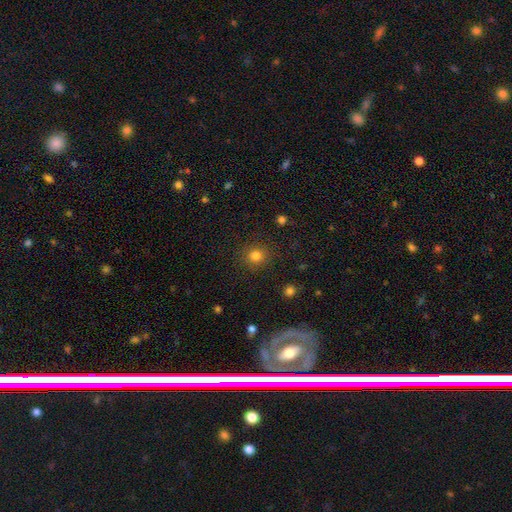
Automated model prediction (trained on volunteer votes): A smooth galaxy with no disk features (81%) that is round (88%).

Vote fractions:
- Smooth or featured? smooth: 81% / star or artifact: 13% / featured or disk: 6%
- How rounded? round: 88% / in between: 11% / cigar-shaped: 1%
- Merging? none: 88% / minor disturbance: 8% / major disturbance: 3% / merger: 1%